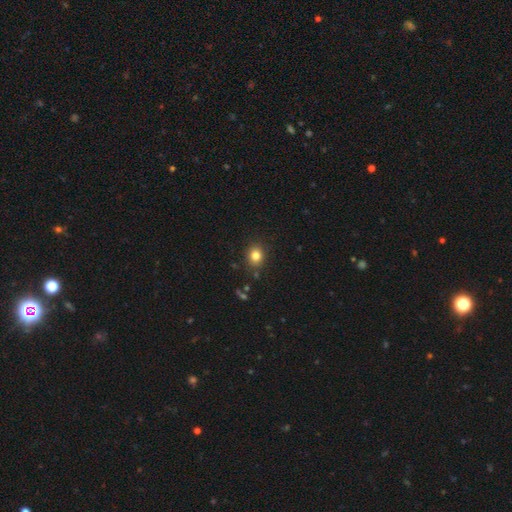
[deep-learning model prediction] smooth 82%, star or artifact 12%, featured or disk 6%. Down the decision tree: how rounded — round (65%); merging — none (86%).